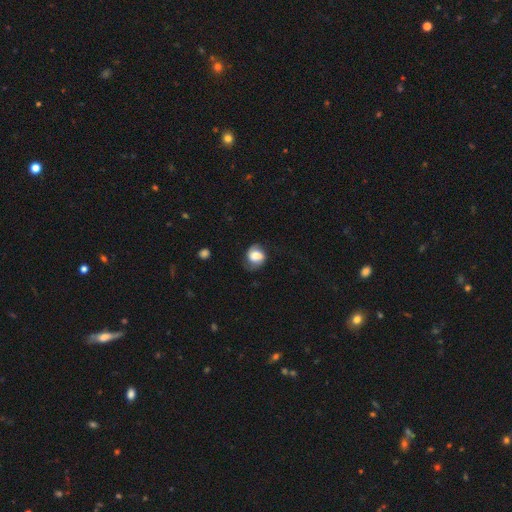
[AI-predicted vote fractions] This is possibly a smooth galaxy (58%). How rounded: possibly round (55%). Merging: possibly none (59%).